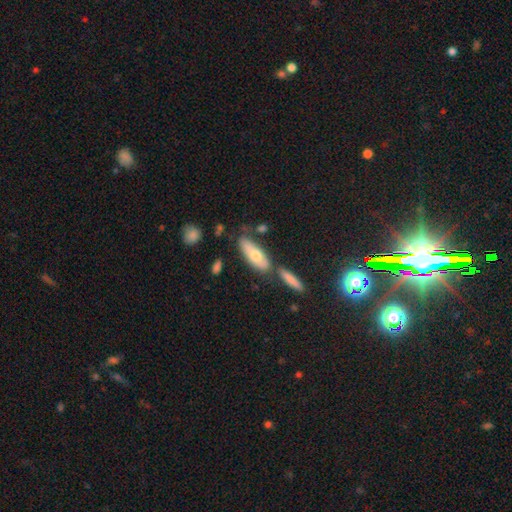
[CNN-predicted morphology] Smooth or featured?
  - smooth: 63% *
  - featured or disk: 30%
  - star or artifact: 8%
How rounded?
  - in between: 67% *
  - cigar-shaped: 31%
  - round: 2%
Merging?
  - none: 63% *
  - minor disturbance: 17%
  - merger: 14%
  - major disturbance: 5%